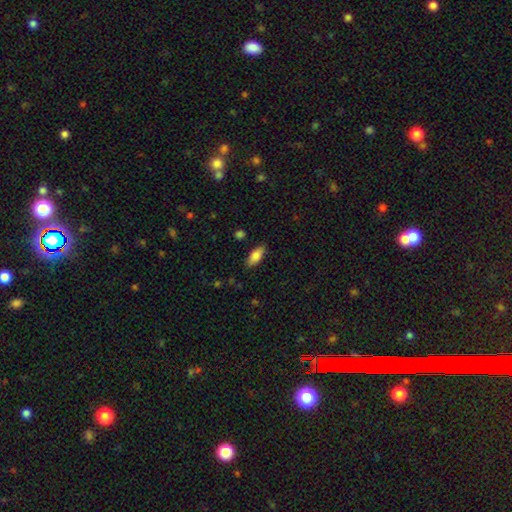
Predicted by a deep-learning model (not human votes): Smooth or featured: smooth — 81% (featured or disk — 12%)
How rounded: in between — 81% (cigar-shaped — 16%)
Merging: none — 85% (minor disturbance — 11%)